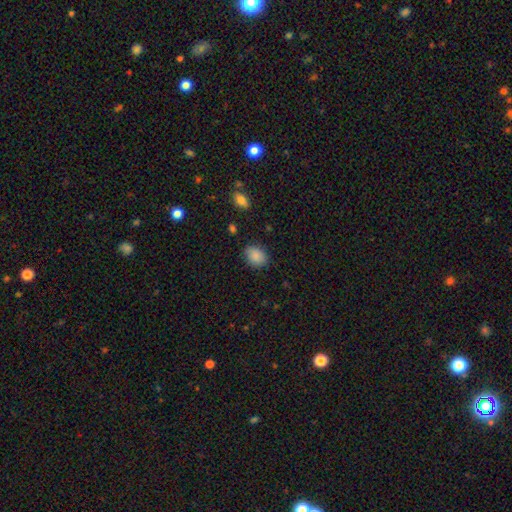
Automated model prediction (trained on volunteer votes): Smooth or featured?
  - smooth: 88% *
  - star or artifact: 8%
  - featured or disk: 4%
How rounded?
  - in between: 64% *
  - round: 35%
  - cigar-shaped: 1%
Merging?
  - none: 83% *
  - minor disturbance: 12%
  - major disturbance: 3%
  - merger: 1%